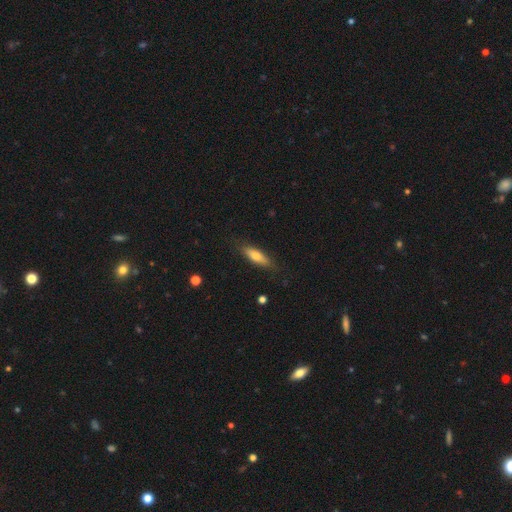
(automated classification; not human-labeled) The model was most divided on "how rounded": cigar-shaped: 53%, in between: 45%, round: 2%. More confident: merging — none (82%); smooth or featured — smooth (70%).